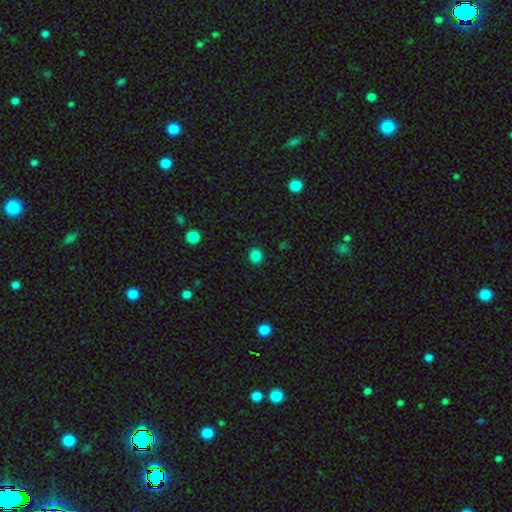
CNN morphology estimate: Q: Smooth or featured?
A: smooth (85%); runner-up: star or artifact (12%)
Q: How rounded?
A: round (85%); runner-up: in between (14%)
Q: Merging?
A: none (91%); runner-up: minor disturbance (6%)